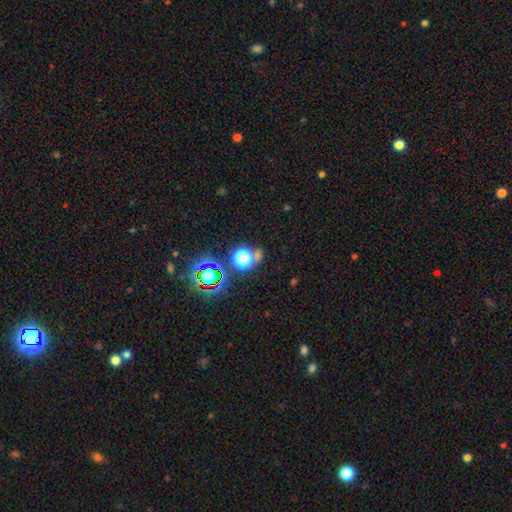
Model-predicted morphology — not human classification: This is likely a star or artifact rather than a galaxy (60%).